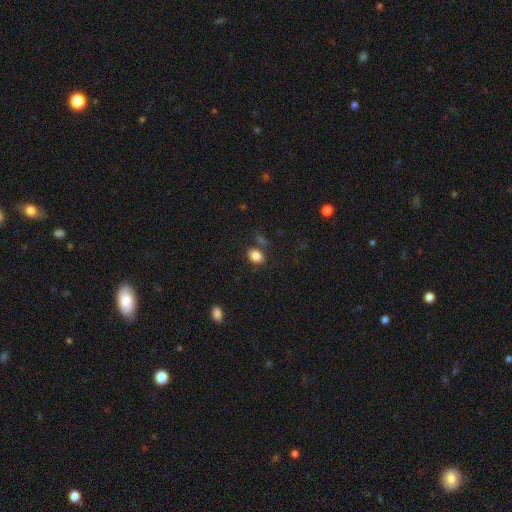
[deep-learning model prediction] smooth 85%, star or artifact 9%, featured or disk 5%. Down the decision tree: how rounded — in between (78%); merging — none (75%).